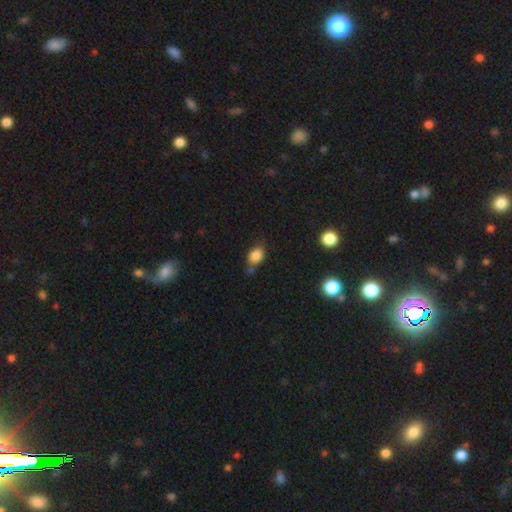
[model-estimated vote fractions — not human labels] This appears to be a smooth galaxy with no disk features (84%) that is in between round and cigar-shaped (74%). Merging: none (61%).